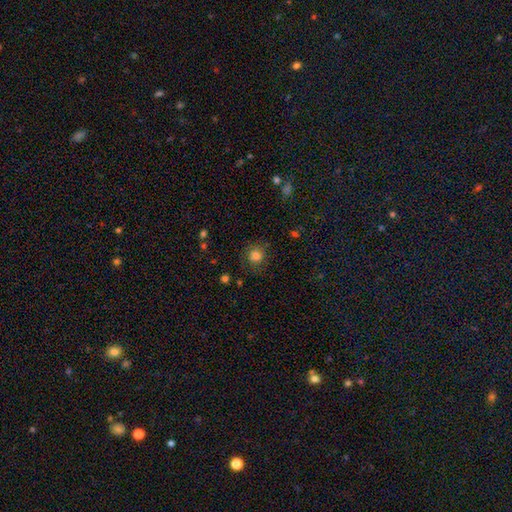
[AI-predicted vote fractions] smooth_or_featured: smooth (p=0.80) [alt: star or artifact p=0.12]
how_rounded: round (p=0.90) [alt: in between p=0.09]
merging: none (p=0.78) [alt: minor disturbance p=0.14]